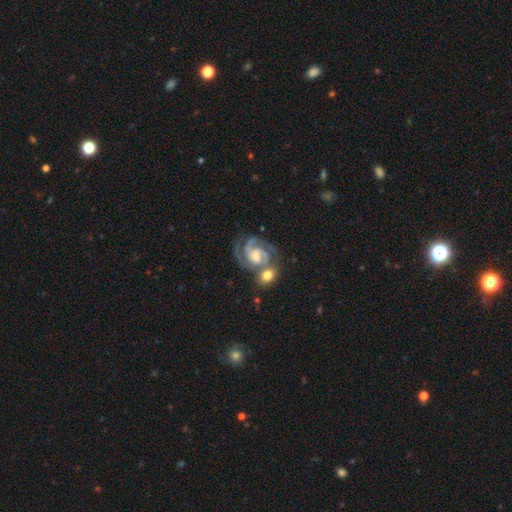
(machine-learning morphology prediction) Overall: featured or disk (89%). Edge-on disk: no (98%). Bar: no (53%; weak 35%). Spiral arms: yes (98%). Spiral arm count: 2 (52%; 3 31%). Spiral winding: tight (59%; medium 36%). Bulge size: moderate (55%; small 33%). Merging: none (47%; merger 32%).